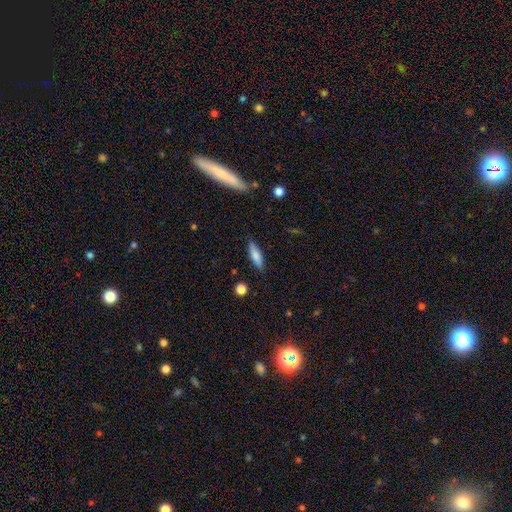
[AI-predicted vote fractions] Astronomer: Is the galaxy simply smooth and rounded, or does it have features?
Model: smooth — 75%.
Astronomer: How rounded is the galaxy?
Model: cigar-shaped — 55% (runner-up: in between, 42%).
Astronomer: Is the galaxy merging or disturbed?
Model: none — 85%.